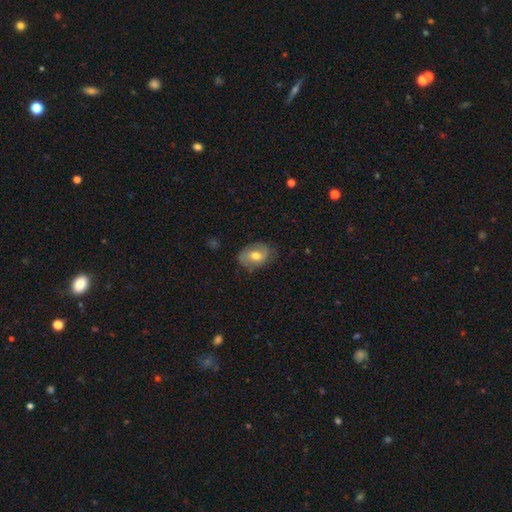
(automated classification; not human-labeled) The model was most divided on "smooth or featured": smooth: 51%, featured or disk: 41%, star or artifact: 7%. More confident: how rounded — in between (78%); merging — none (72%).